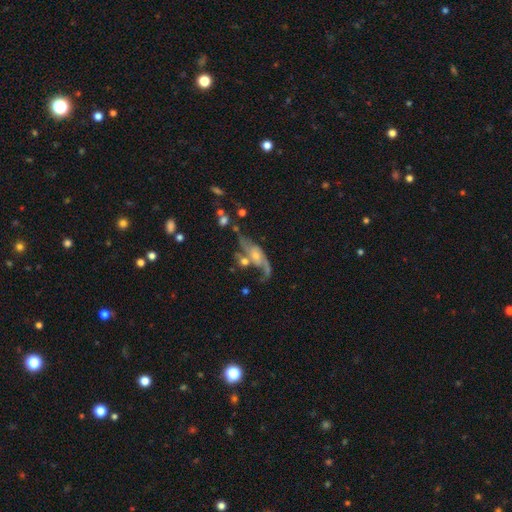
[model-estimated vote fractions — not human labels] Smooth or featured? Predicted: featured or disk (p=0.76). Edge-on disk? Predicted: no (p=0.91). Bar? Predicted: no (p=0.63). Spiral arms? Predicted: yes (p=0.89). Spiral winding? Predicted: loose (p=0.68). Spiral arm count? Predicted: 2 (p=0.79). Bulge size? Predicted: small (p=0.53). Merging? Predicted: none (p=0.38).